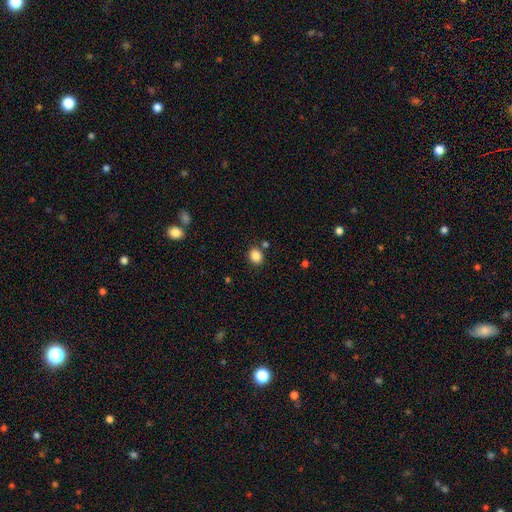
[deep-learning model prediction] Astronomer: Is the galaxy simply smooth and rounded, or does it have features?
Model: smooth — 86%.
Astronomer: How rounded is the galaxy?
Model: round — 61% (runner-up: in between, 38%).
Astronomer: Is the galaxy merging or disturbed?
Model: none — 81%.